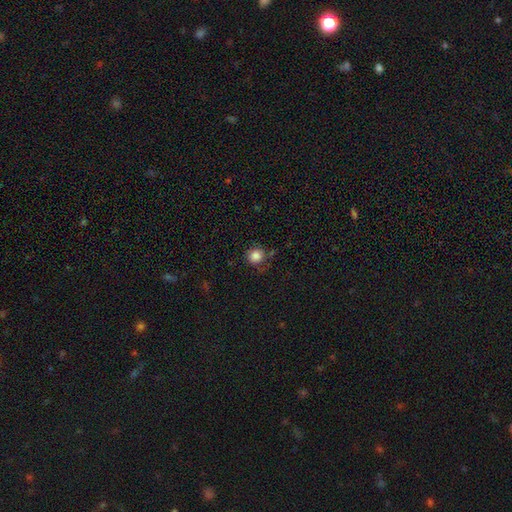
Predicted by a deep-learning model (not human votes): The model was most divided on "merging": none: 72%, minor disturbance: 18%, major disturbance: 7%, merger: 4%. More confident: how rounded — round (90%); smooth or featured — smooth (83%).